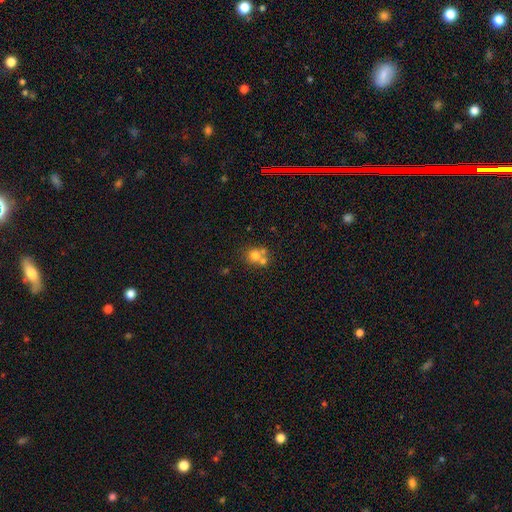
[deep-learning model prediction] The model was most divided on "merging": merger: 47%, none: 43%, minor disturbance: 7%, major disturbance: 3%. More confident: how rounded — round (82%); smooth or featured — smooth (70%).